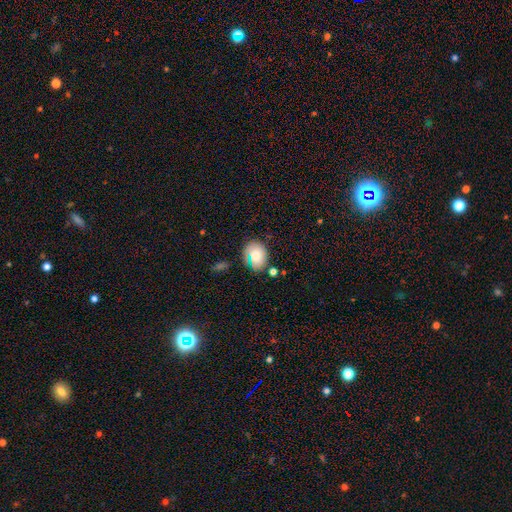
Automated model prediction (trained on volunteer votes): Smooth or featured? Predicted: smooth (p=0.68). How rounded? Predicted: round (p=0.50). Merging? Predicted: none (p=0.69).